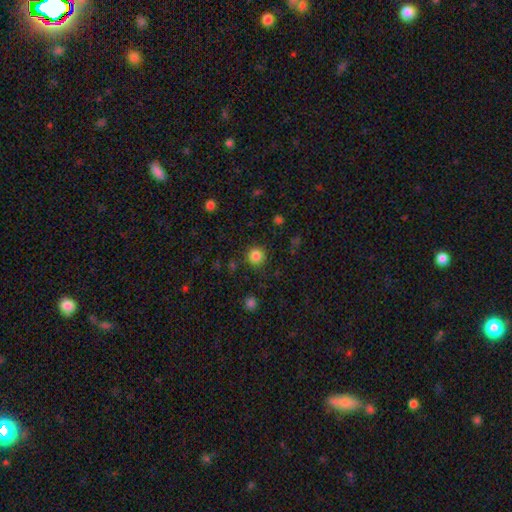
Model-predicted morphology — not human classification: The model was most divided on "smooth or featured": smooth: 84%, star or artifact: 12%, featured or disk: 4%. More confident: how rounded — round (94%); merging — none (89%).